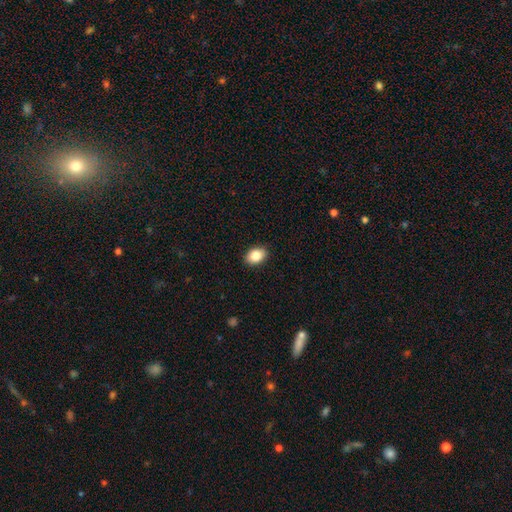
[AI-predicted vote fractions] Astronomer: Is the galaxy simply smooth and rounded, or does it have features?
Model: smooth — 86%.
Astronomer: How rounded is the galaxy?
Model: in between — 81%.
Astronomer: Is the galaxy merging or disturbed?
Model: none — 90%.